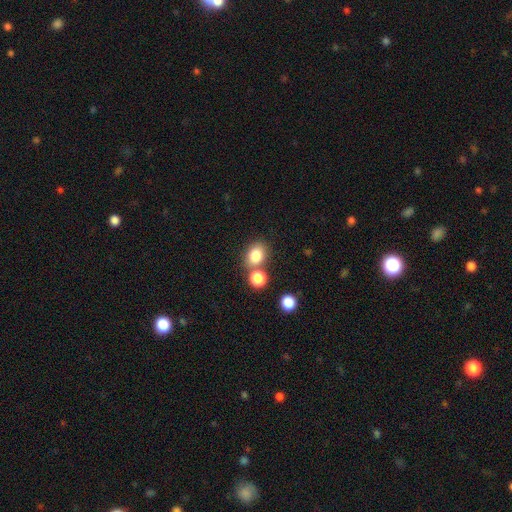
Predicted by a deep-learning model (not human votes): This appears to be a smooth galaxy with no disk features (81%) that is in between round and cigar-shaped (55%). Merging: none (63%).